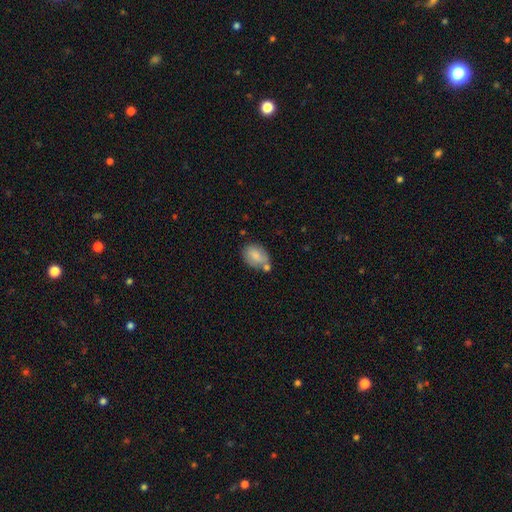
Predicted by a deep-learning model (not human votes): Smooth or featured: smooth — 75% (featured or disk — 17%)
How rounded: in between — 72% (round — 27%)
Merging: none — 50% (merger — 23%)